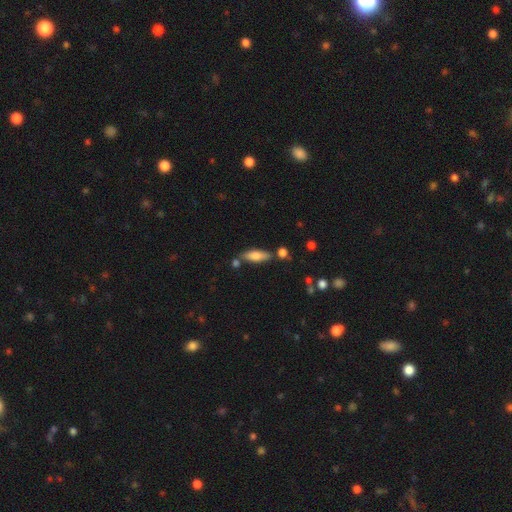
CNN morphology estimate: Smooth or featured: smooth — 71% (featured or disk — 22%)
How rounded: in between — 53% (cigar-shaped — 45%)
Merging: none — 72% (minor disturbance — 14%)